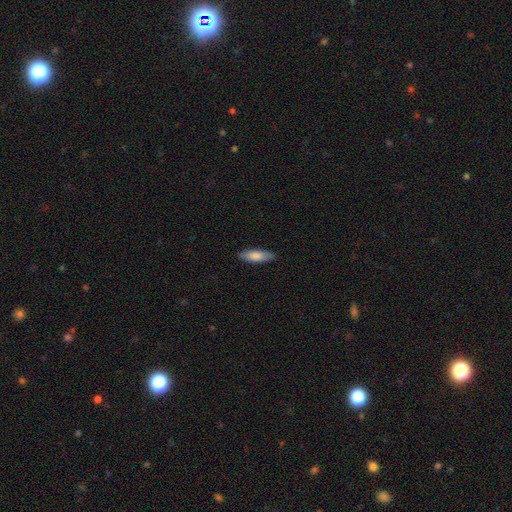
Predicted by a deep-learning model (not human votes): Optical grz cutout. It shows a smooth galaxy with no disk features (82%) that is in between round and cigar-shaped (52%). Merging: none (88%).